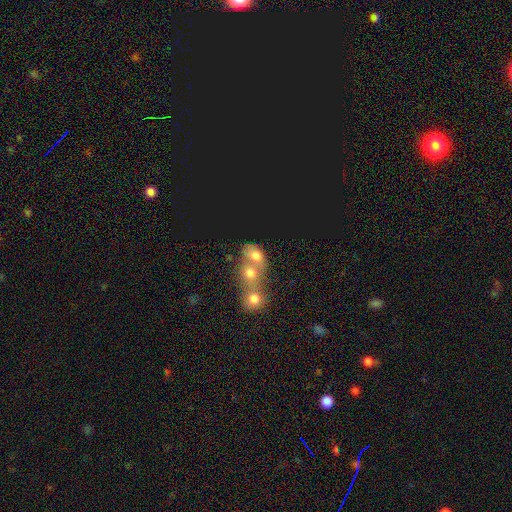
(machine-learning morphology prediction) Smooth or featured? smooth (55%)
How rounded? round (54%)
Merging? merger (71%)